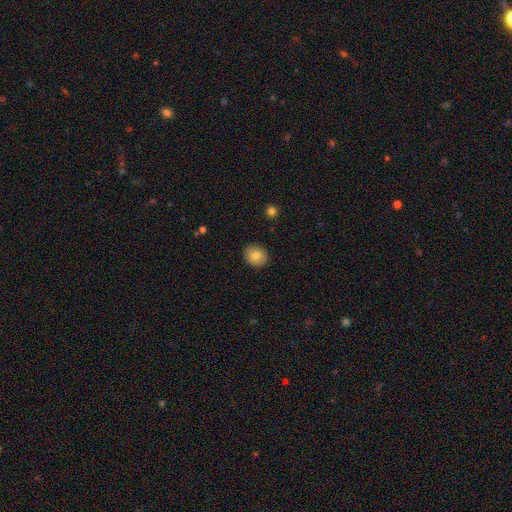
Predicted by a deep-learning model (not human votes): Smooth or featured?
  - smooth: 81% *
  - featured or disk: 10%
  - star or artifact: 9%
How rounded?
  - round: 76% *
  - in between: 23%
  - cigar-shaped: 1%
Merging?
  - none: 90% *
  - minor disturbance: 7%
  - major disturbance: 2%
  - merger: 1%